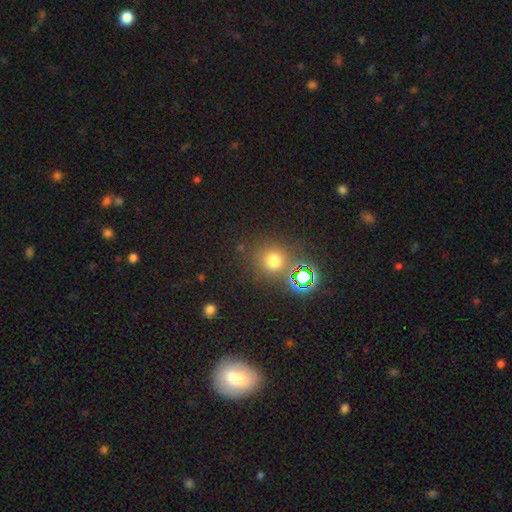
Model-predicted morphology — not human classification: Smooth or featured?
  - smooth: 54% *
  - star or artifact: 36%
  - featured or disk: 9%
How rounded?
  - round: 85% *
  - in between: 13%
  - cigar-shaped: 1%
Merging?
  - none: 76% *
  - merger: 13%
  - minor disturbance: 8%
  - major disturbance: 3%